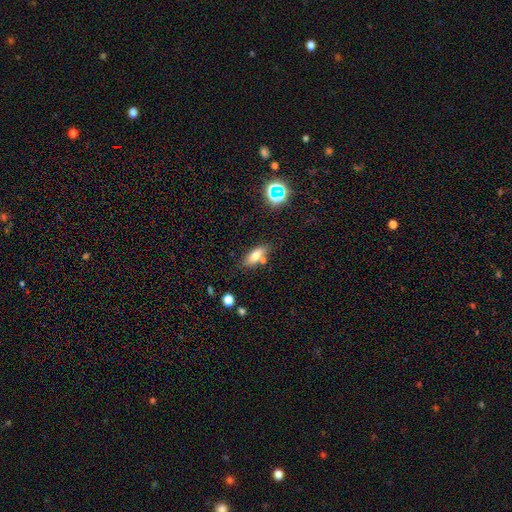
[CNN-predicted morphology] Smooth or featured?
  - smooth: 70% *
  - featured or disk: 19%
  - star or artifact: 11%
How rounded?
  - in between: 76% *
  - cigar-shaped: 20%
  - round: 4%
Merging?
  - none: 69% *
  - minor disturbance: 14%
  - merger: 13%
  - major disturbance: 4%